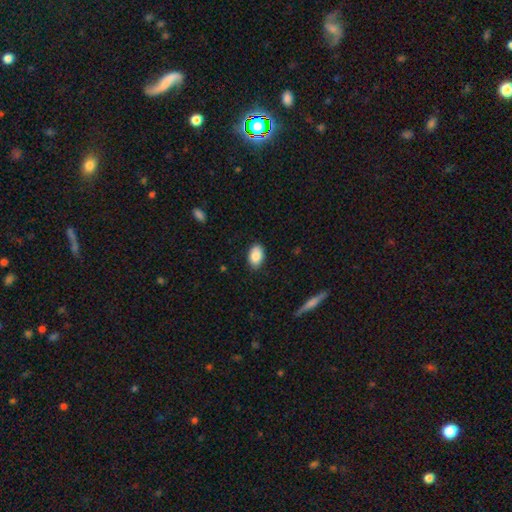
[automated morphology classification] This appears to be a smooth galaxy with no disk features (88%) that is in between round and cigar-shaped (92%). Merging: none (87%).